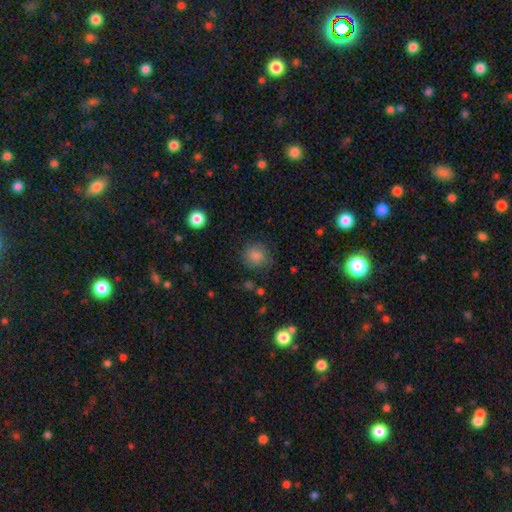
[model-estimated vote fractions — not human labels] A smooth galaxy with no disk features (83%) that is round (88%). Merging: none (78%).